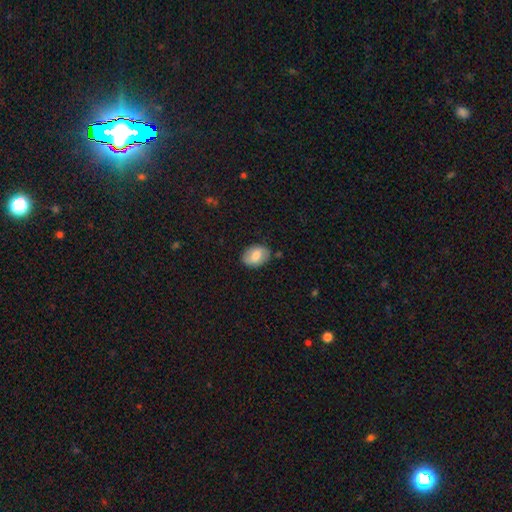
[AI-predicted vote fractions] Q: Smooth or featured?
A: smooth (75%); runner-up: featured or disk (19%)
Q: How rounded?
A: in between (80%); runner-up: round (19%)
Q: Merging?
A: none (83%); runner-up: minor disturbance (13%)